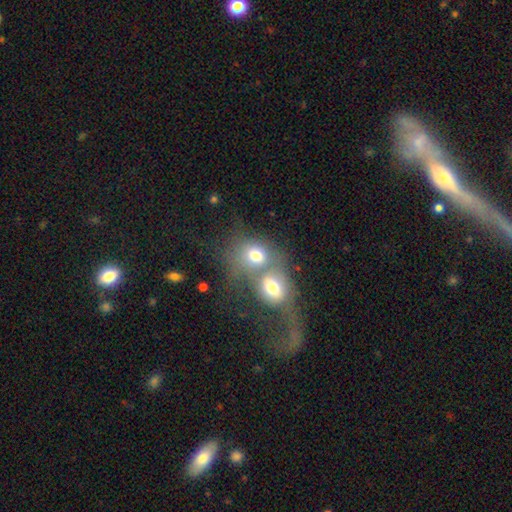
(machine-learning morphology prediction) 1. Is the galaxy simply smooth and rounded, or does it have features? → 69% smooth, 20% featured or disk, 12% star or artifact.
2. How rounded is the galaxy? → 61% round, 38% in between, 1% cigar-shaped.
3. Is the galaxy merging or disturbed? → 70% merger, 18% none, 6% major disturbance, 6% minor disturbance.